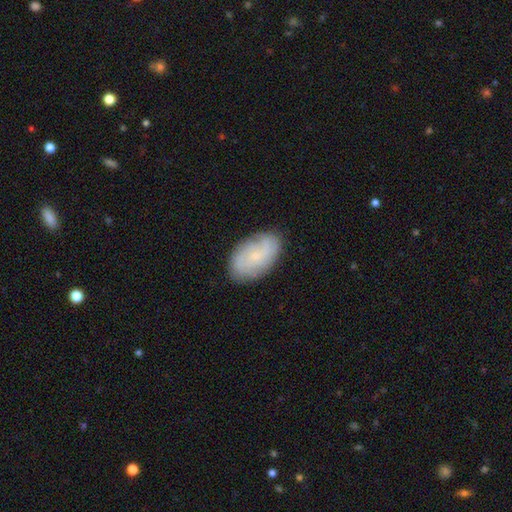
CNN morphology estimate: featured or disk 55%, smooth 37%, star or artifact 8%. Down the decision tree: edge-on disk — no (96%); bar — no (67%); spiral arms — yes (86%); bulge size — small (76%); merging — none (81%).